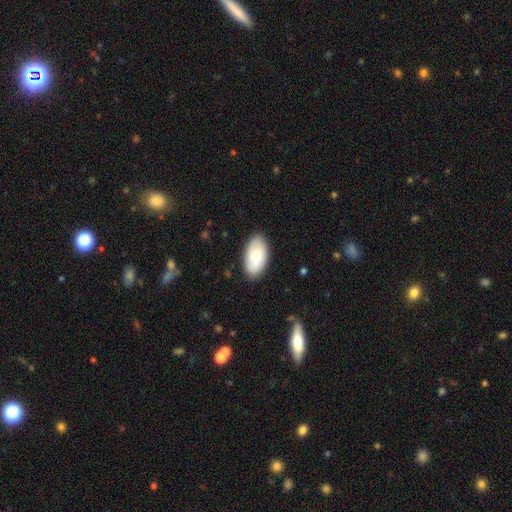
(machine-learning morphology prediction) smooth_or_featured: smooth (p=0.66) [alt: featured or disk p=0.28]
how_rounded: in between (p=0.94) [alt: round p=0.03]
merging: none (p=0.86) [alt: minor disturbance p=0.11]